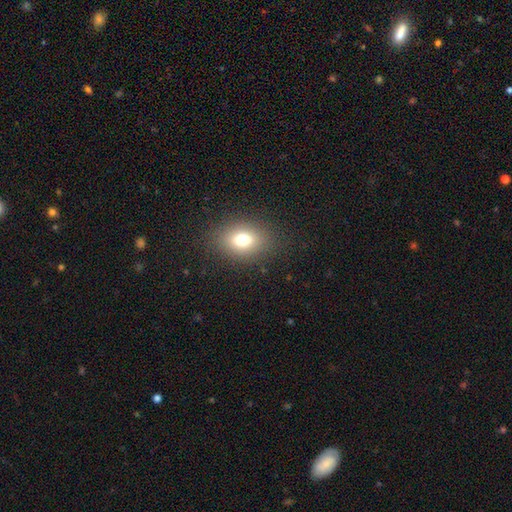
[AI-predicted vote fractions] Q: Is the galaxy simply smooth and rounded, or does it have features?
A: smooth — 74%.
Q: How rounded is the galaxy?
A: in between — 73%.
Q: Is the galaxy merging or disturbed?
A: none — 90%.